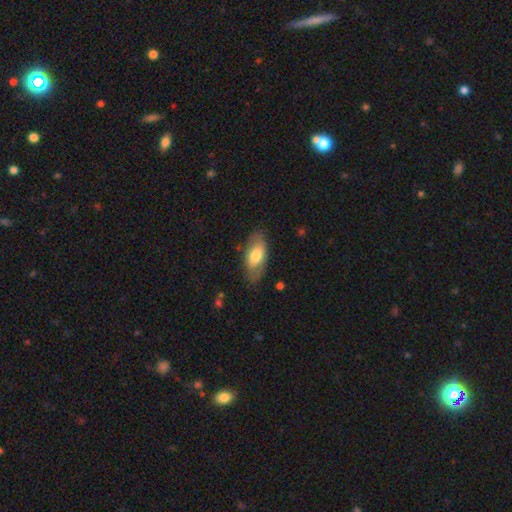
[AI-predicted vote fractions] This is likely a smooth galaxy (65%). How rounded: clearly in between (89%). Merging: likely none (77%).